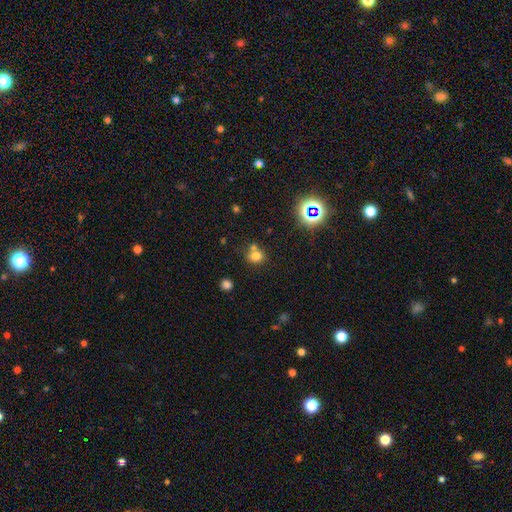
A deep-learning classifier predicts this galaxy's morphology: Smooth or featured? Predicted: smooth (p=0.73). How rounded? Predicted: round (p=0.78). Merging? Predicted: none (p=0.56).